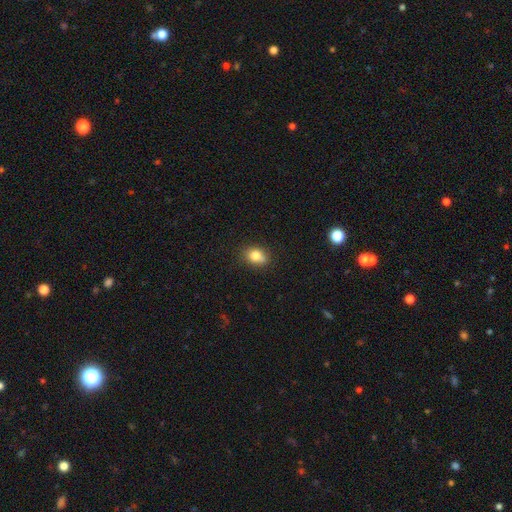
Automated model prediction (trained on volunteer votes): This is clearly a smooth galaxy (81%). How rounded: likely in between (62%). Merging: likely none (73%).